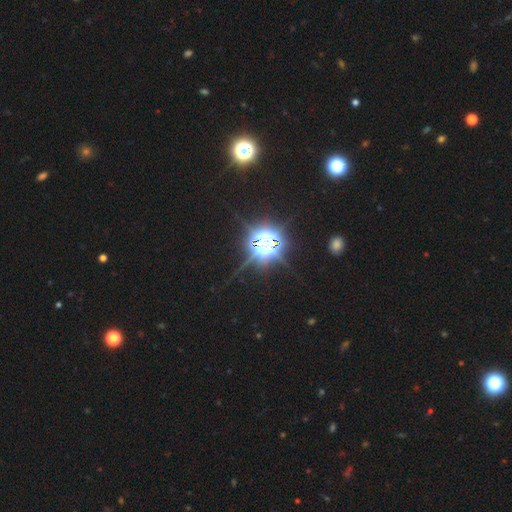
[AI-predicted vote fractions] star or artifact 81%, smooth 13%, featured or disk 5%.